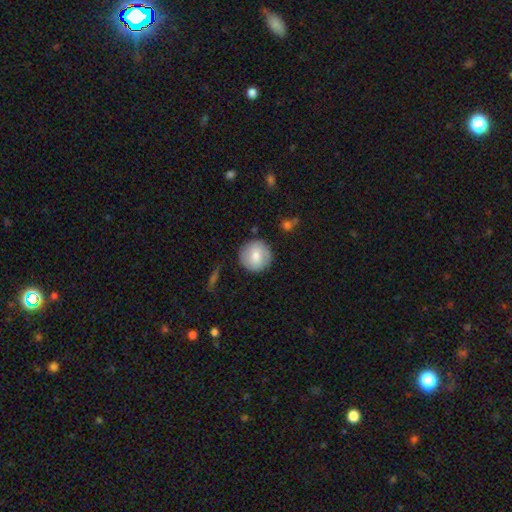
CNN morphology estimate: This is likely a smooth galaxy (73%). How rounded: clearly round (95%). Merging: clearly none (86%).